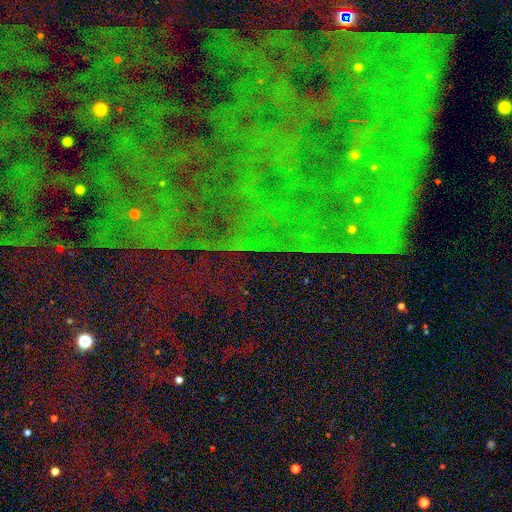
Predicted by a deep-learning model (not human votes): The model was most divided on "smooth or featured": star or artifact: 83%, featured or disk: 10%, smooth: 8%.